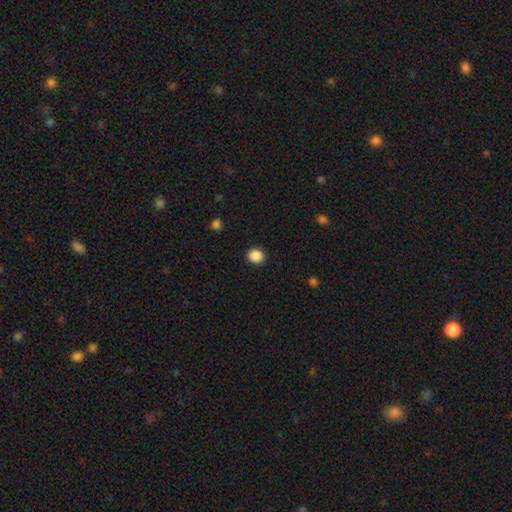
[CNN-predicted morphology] The model was most divided on "how rounded": round: 77%, in between: 22%, cigar-shaped: 1%. More confident: merging — none (91%); smooth or featured — smooth (88%).